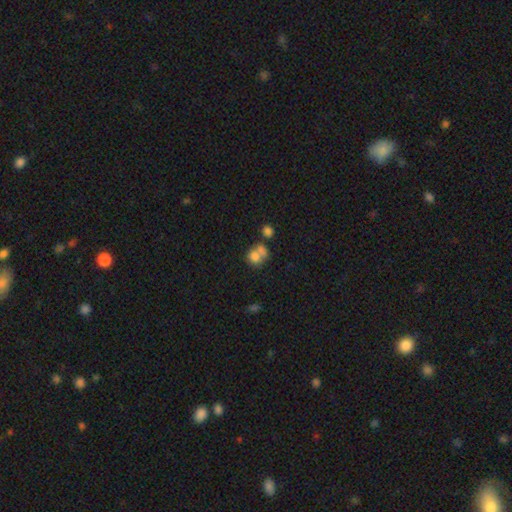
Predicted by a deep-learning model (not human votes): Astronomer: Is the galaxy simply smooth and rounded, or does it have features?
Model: smooth — 75%.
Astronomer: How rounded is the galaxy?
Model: round — 70%.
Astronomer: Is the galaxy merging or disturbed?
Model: merger — 52% (runner-up: none, 31%).